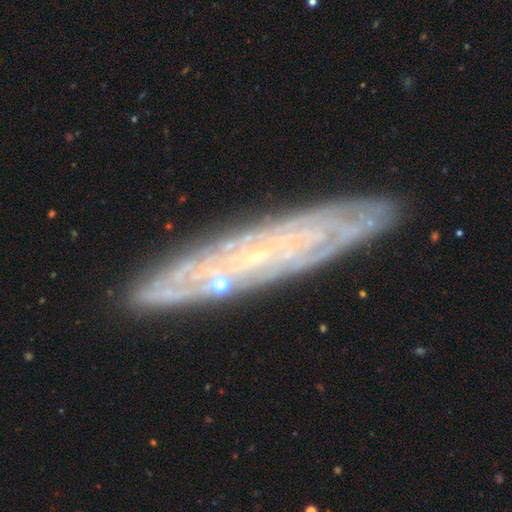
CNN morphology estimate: The model was most divided on "edge-on disk": no: 54%, yes: 46%. More confident: merging — none (85%); smooth or featured — featured or disk (75%).